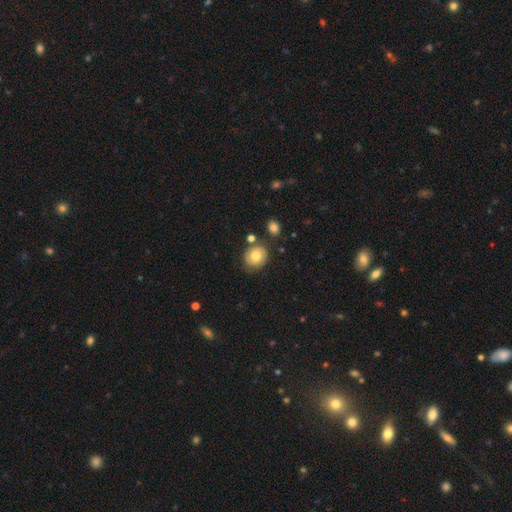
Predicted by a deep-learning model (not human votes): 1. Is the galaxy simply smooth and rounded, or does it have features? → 71% smooth, 20% featured or disk, 9% star or artifact.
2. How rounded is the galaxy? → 74% round, 25% in between, 1% cigar-shaped.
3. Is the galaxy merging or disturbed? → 75% none, 15% minor disturbance, 6% merger, 4% major disturbance.